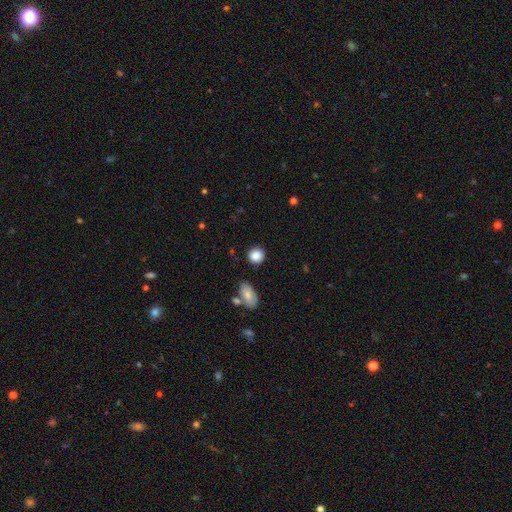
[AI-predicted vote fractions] This is clearly a smooth galaxy (87%). How rounded: clearly round (82%). Merging: clearly none (84%).